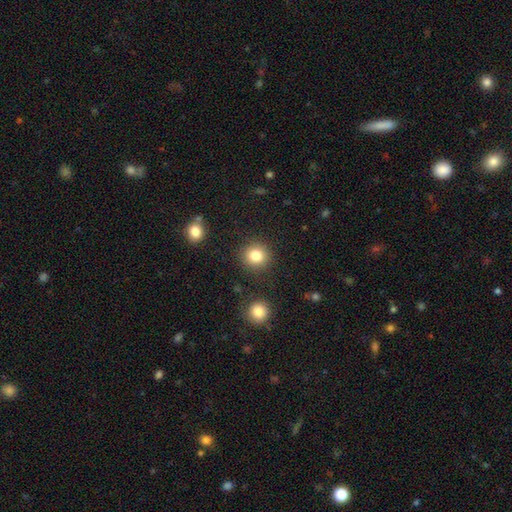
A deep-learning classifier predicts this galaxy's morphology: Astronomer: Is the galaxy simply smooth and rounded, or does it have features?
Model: smooth — 82%.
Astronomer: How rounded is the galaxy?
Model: round — 91%.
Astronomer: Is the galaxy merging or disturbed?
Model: none — 88%.